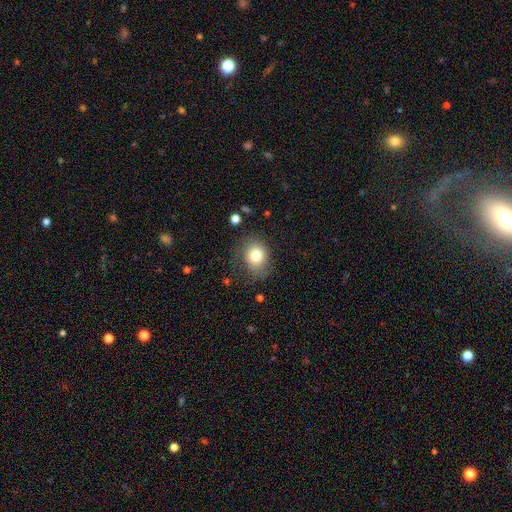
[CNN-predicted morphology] Overall: smooth (78%). How rounded: round (54%; in between 45%). Merging: none (67%).